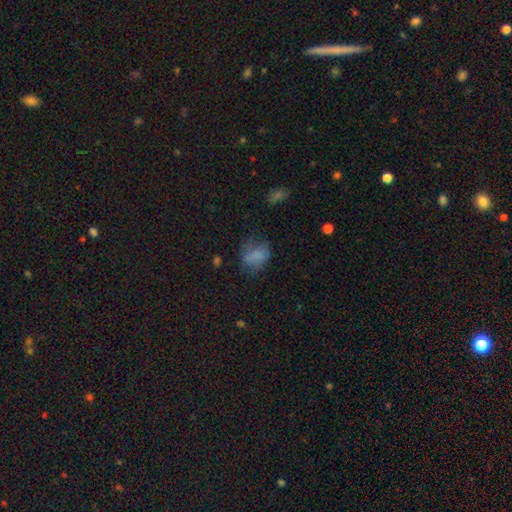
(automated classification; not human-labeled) Smooth or featured: smooth — 72% (featured or disk — 16%)
How rounded: in between — 63% (round — 35%)
Merging: none — 49% (minor disturbance — 28%)